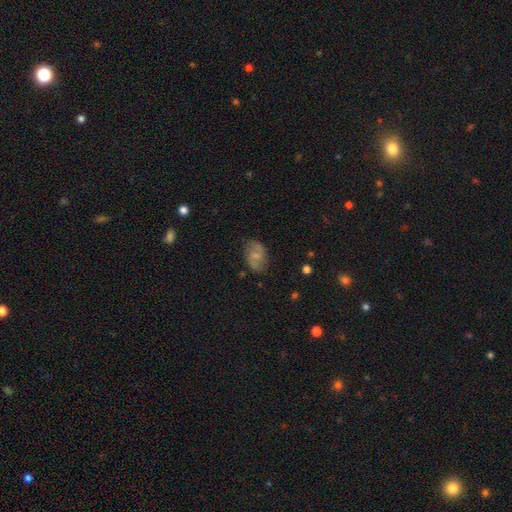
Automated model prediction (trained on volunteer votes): smooth_or_featured: featured or disk (p=0.53) [alt: smooth p=0.38]
disk_edge_on: no (p=0.97) [alt: yes p=0.03]
bar: weak (p=0.46) [alt: no p=0.43]
has_spiral_arms: yes (p=0.85) [alt: no p=0.15]
bulge_size: small (p=0.55) [alt: moderate p=0.24]
merging: none (p=0.75) [alt: minor disturbance p=0.18]